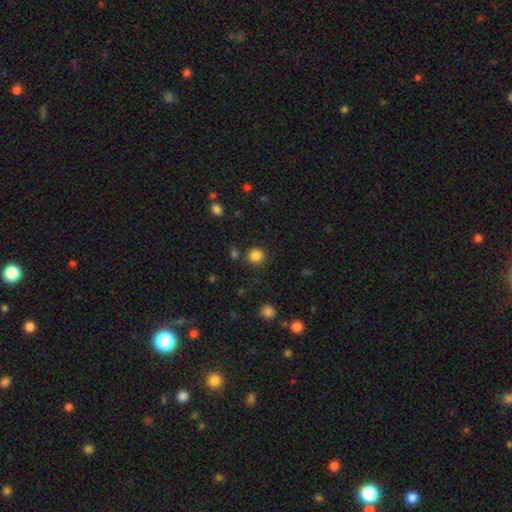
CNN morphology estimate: A smooth galaxy with no disk features (84%) that is round (91%).

Vote fractions:
- Smooth or featured? smooth: 84% / star or artifact: 12% / featured or disk: 4%
- How rounded? round: 91% / in between: 8% / cigar-shaped: 1%
- Merging? none: 86% / minor disturbance: 7% / merger: 4% / major disturbance: 3%